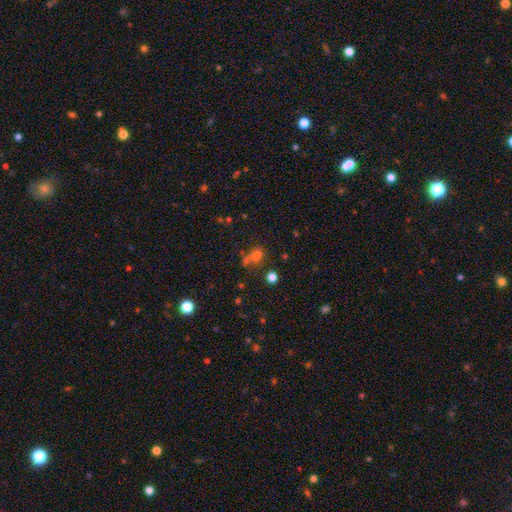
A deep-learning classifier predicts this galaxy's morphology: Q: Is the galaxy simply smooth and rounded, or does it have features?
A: smooth — 54%.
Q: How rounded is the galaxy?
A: in between — 51%.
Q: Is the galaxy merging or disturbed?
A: none — 47%.